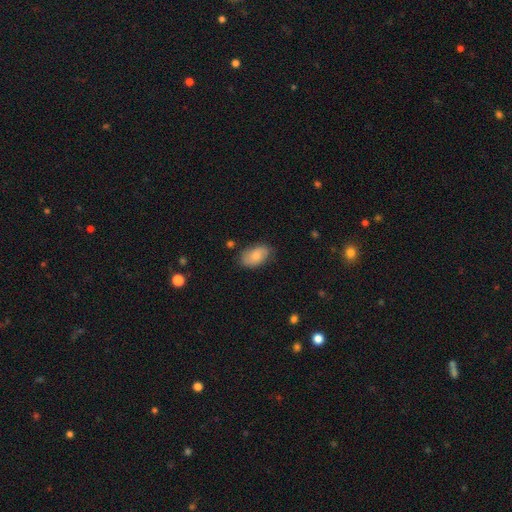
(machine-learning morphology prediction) The model was most divided on "smooth or featured": smooth: 73%, featured or disk: 20%, star or artifact: 7%. More confident: how rounded — in between (92%); merging — none (76%).